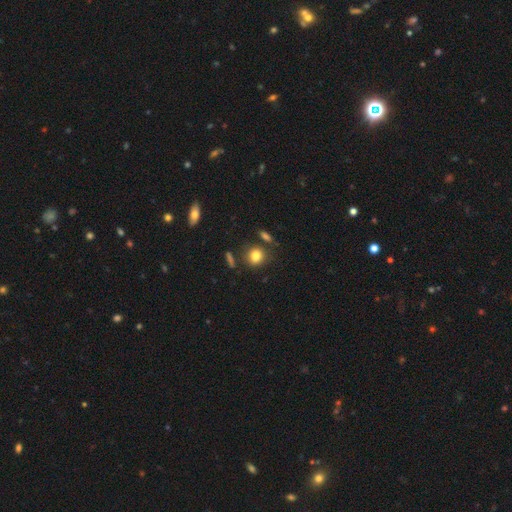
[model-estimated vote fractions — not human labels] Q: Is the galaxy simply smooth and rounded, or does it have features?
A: smooth — 81%.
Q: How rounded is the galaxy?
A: round — 67%.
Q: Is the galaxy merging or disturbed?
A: none — 76%.